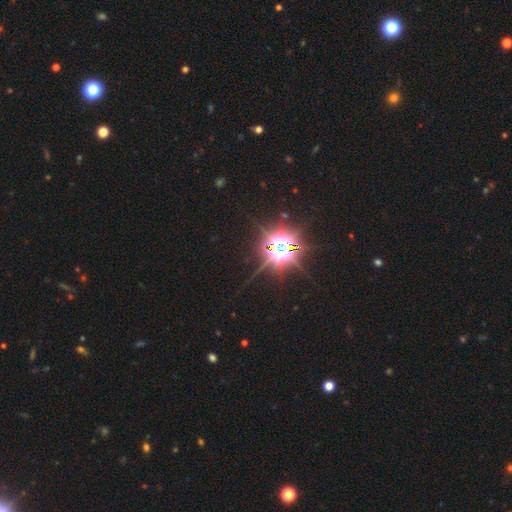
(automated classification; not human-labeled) smooth-or-featured: star or artifact: 85% | smooth: 9% | featured or disk: 5%